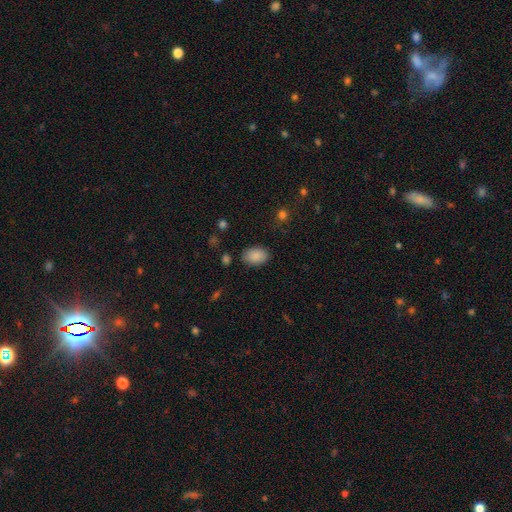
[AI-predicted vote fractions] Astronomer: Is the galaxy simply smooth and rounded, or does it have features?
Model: smooth — 88%.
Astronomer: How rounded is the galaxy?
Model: in between — 85%.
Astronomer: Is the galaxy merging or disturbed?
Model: none — 84%.